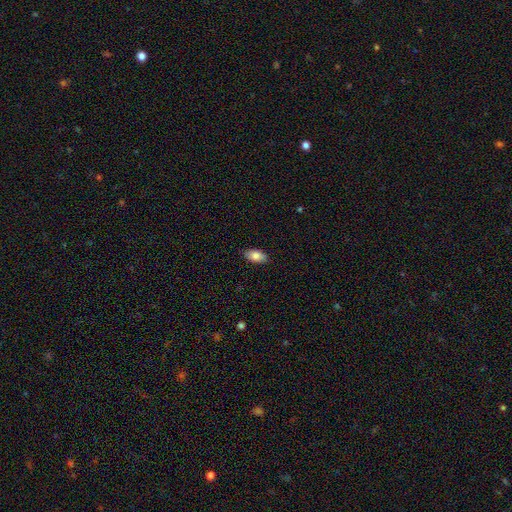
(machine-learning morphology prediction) Smooth or featured?
  - smooth: 84% *
  - featured or disk: 9%
  - star or artifact: 7%
How rounded?
  - in between: 93% *
  - cigar-shaped: 4%
  - round: 3%
Merging?
  - none: 88% *
  - minor disturbance: 9%
  - major disturbance: 2%
  - merger: 1%